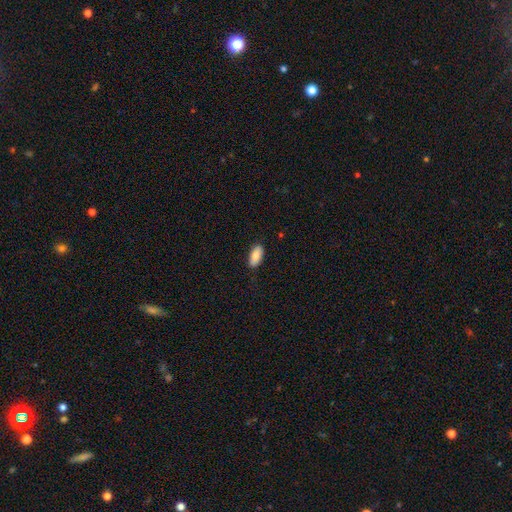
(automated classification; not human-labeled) Morphology: type=smooth (85%); roundness=in between (91%); merging=none (86%).